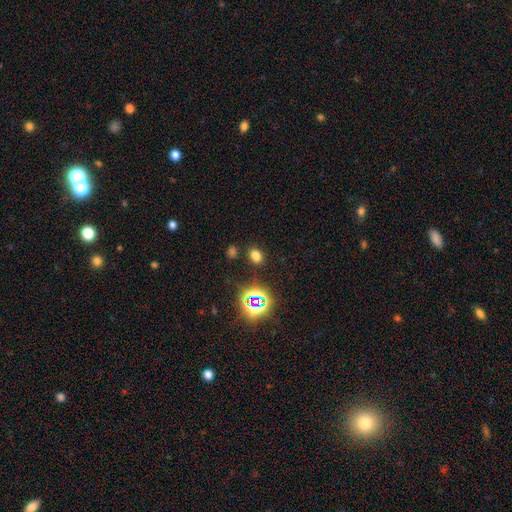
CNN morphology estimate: This appears to be a smooth galaxy with no disk features (67%) that is in between round and cigar-shaped (61%). Merging: none (84%).